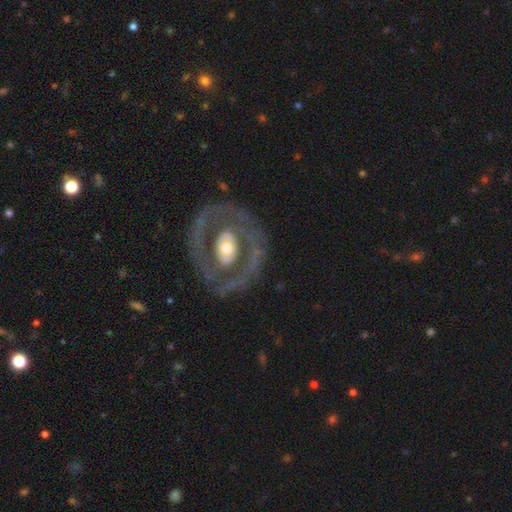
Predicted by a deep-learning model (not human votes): The model was most divided on "bar": no: 39%, strong: 31%, weak: 30%. More confident: edge-on disk — no (92%); merging — none (80%); smooth or featured — featured or disk (77%); bulge size — moderate (58%); spiral arms — no (58%).